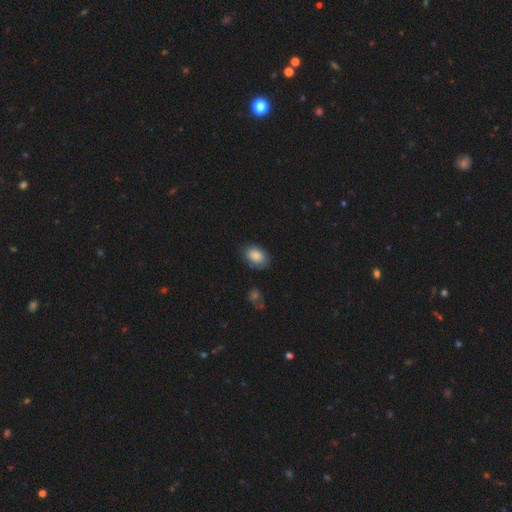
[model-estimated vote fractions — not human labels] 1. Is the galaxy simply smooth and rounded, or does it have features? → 85% smooth, 8% featured or disk, 7% star or artifact.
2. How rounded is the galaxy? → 84% in between, 14% round, 1% cigar-shaped.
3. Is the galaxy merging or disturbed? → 75% none, 18% minor disturbance, 4% major disturbance, 2% merger.